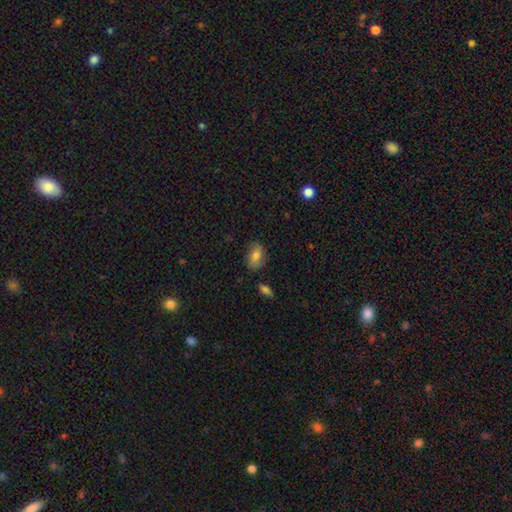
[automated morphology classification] type=smooth (81%); roundness=in between (86%); merging=none (78%).